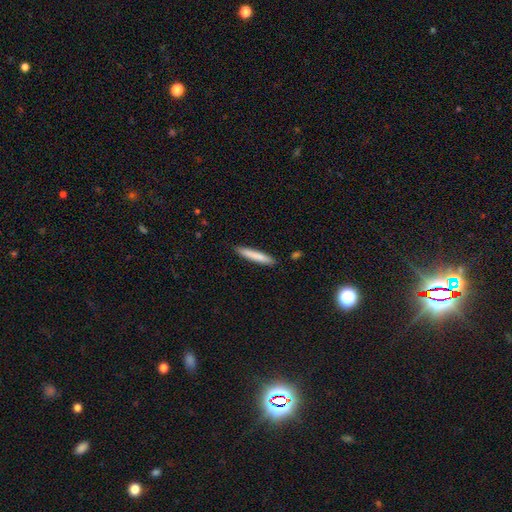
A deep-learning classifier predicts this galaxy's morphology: smooth-or-featured: smooth: 80% | featured or disk: 14% | star or artifact: 6%
  how-rounded: cigar-shaped: 93% | in between: 6% | round: 1%
  merging: none: 89% | minor disturbance: 8% | major disturbance: 2% | merger: 2%